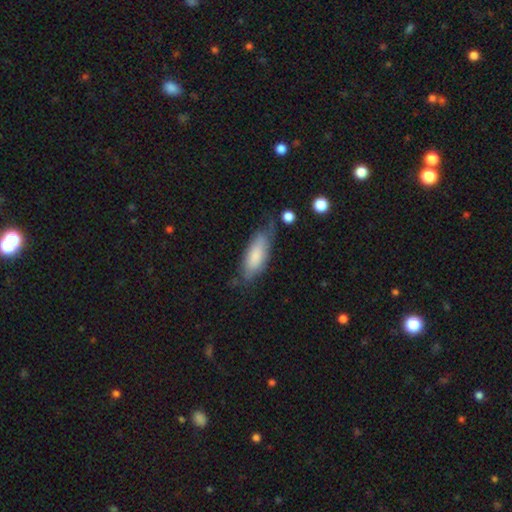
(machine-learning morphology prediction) smooth_or_featured: smooth (p=0.75) [alt: featured or disk p=0.19]
how_rounded: in between (p=0.71) [alt: cigar-shaped p=0.27]
merging: none (p=0.52) [alt: minor disturbance p=0.32]